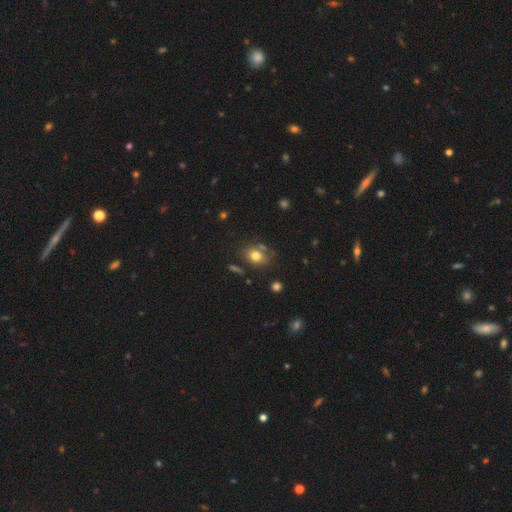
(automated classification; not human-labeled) Q: Smooth or featured?
A: smooth (76%); runner-up: star or artifact (12%)
Q: How rounded?
A: in between (55%); runner-up: round (44%)
Q: Merging?
A: none (68%); runner-up: minor disturbance (16%)